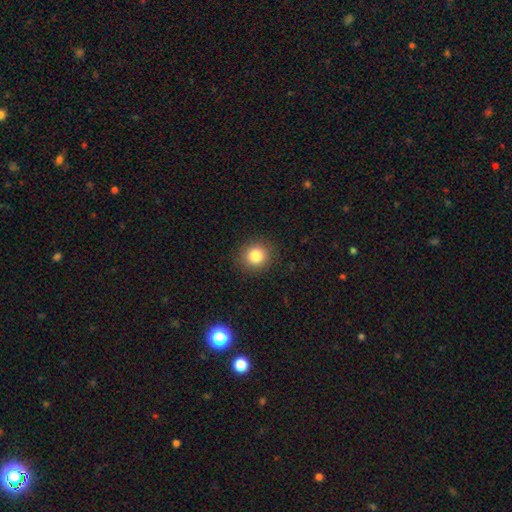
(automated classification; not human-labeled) smooth-or-featured: smooth: 83% | star or artifact: 11% | featured or disk: 6%
  how-rounded: round: 89% | in between: 10% | cigar-shaped: 1%
  merging: none: 90% | minor disturbance: 7% | major disturbance: 2% | merger: 1%